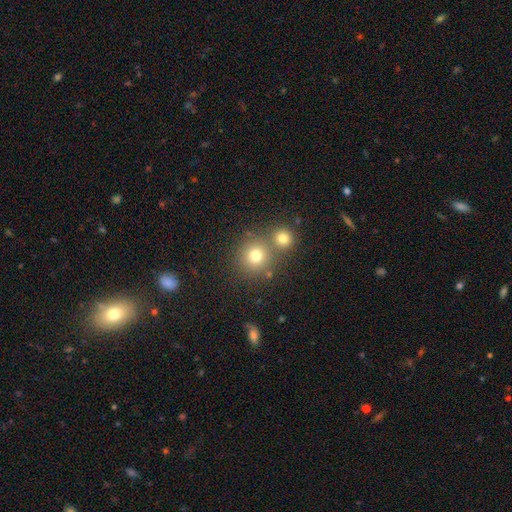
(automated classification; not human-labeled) The model was most divided on "merging": none: 65%, merger: 25%, minor disturbance: 7%, major disturbance: 3%. More confident: how rounded — round (91%); smooth or featured — smooth (75%).